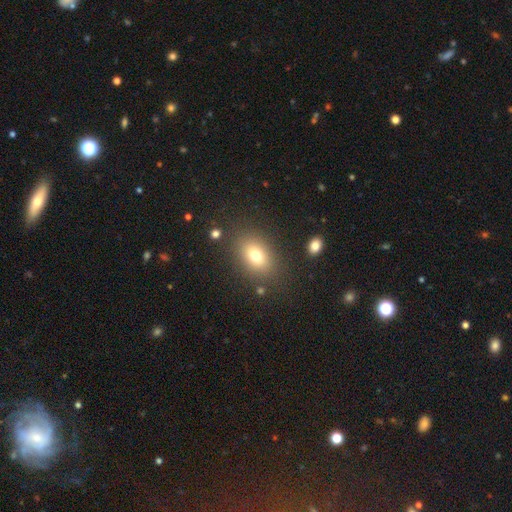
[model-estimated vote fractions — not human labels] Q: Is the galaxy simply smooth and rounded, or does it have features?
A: smooth — 76%.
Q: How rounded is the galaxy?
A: in between — 75%.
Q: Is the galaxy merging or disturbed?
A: none — 83%.